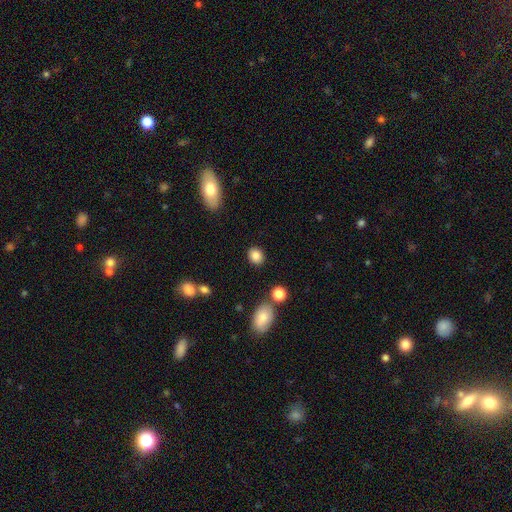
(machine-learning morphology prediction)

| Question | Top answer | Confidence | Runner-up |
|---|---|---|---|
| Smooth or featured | smooth | 85% | star or artifact (10%) |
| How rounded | round | 61% | in between (38%) |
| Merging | none | 87% | minor disturbance (8%) |